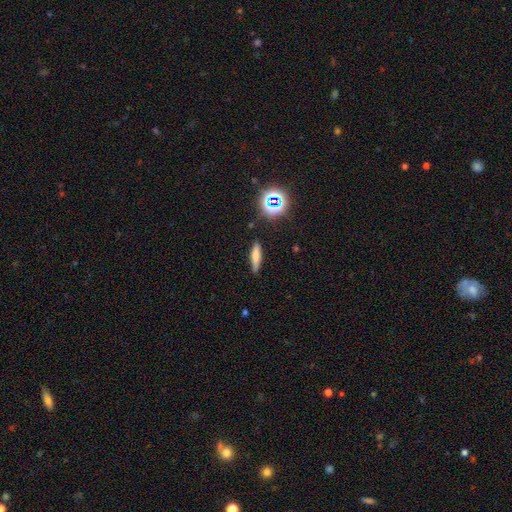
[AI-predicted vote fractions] Smooth or featured? Predicted: smooth (p=0.66). How rounded? Predicted: cigar-shaped (p=0.78). Merging? Predicted: none (p=0.82).